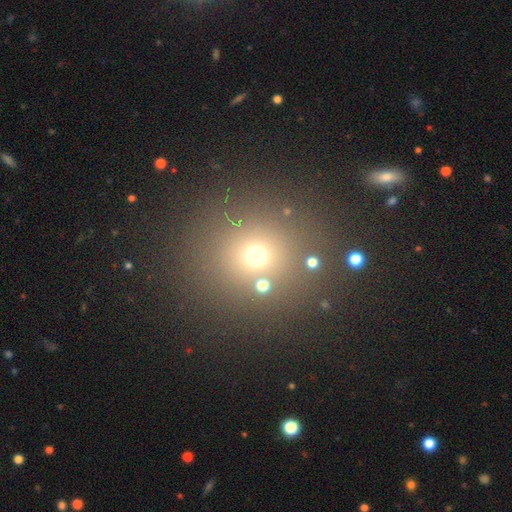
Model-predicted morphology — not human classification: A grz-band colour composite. It shows a smooth galaxy with no disk features (66%) that is round (86%). Merging: none (80%).